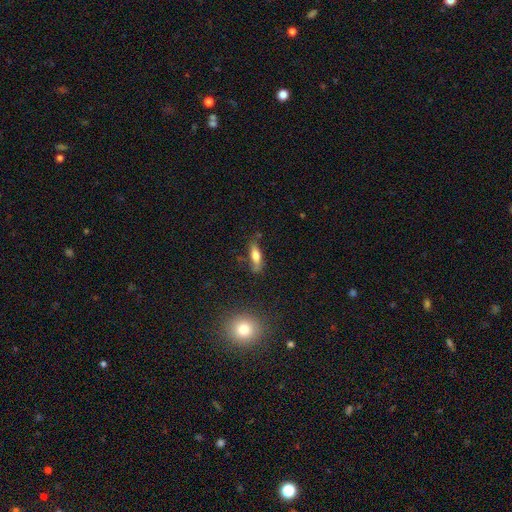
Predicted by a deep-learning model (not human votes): Smooth or featured?
  - smooth: 66% *
  - featured or disk: 25%
  - star or artifact: 8%
How rounded?
  - cigar-shaped: 50% *
  - in between: 47%
  - round: 3%
Merging?
  - none: 66% *
  - minor disturbance: 23%
  - major disturbance: 7%
  - merger: 4%